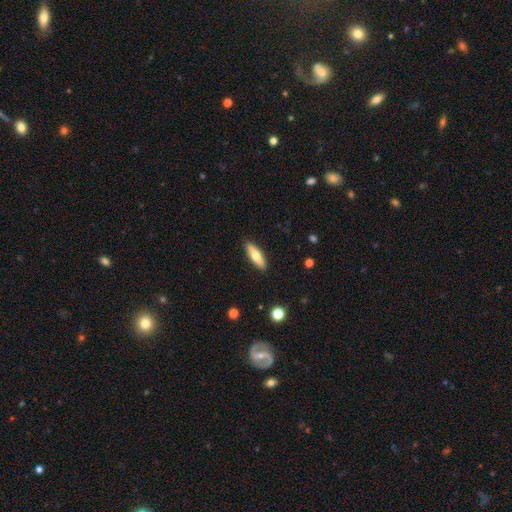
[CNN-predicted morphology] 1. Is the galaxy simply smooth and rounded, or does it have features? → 62% smooth, 32% featured or disk, 6% star or artifact.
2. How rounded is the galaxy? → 56% cigar-shaped, 42% in between, 2% round.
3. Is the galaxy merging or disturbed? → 89% none, 8% minor disturbance, 2% major disturbance, 1% merger.